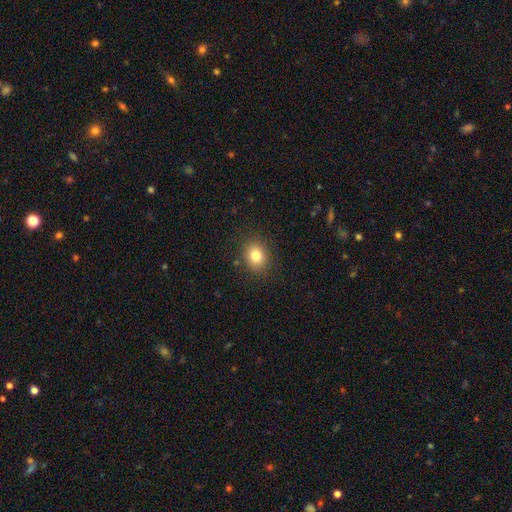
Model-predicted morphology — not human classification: A smooth galaxy with no disk features (81%) that is round (57%).

Vote fractions:
- Smooth or featured? smooth: 81% / star or artifact: 11% / featured or disk: 8%
- How rounded? round: 57% / in between: 42% / cigar-shaped: 1%
- Merging? none: 87% / minor disturbance: 9% / major disturbance: 3% / merger: 1%